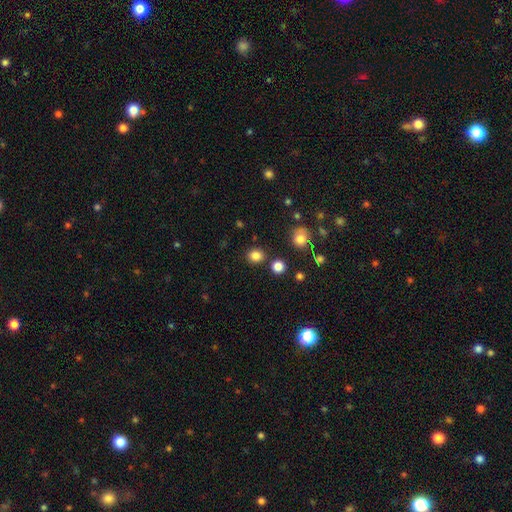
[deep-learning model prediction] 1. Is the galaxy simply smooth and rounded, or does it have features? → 82% smooth, 13% star or artifact, 4% featured or disk.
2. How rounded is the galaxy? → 76% round, 23% in between, 1% cigar-shaped.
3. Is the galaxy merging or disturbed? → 85% none, 7% minor disturbance, 5% merger, 3% major disturbance.